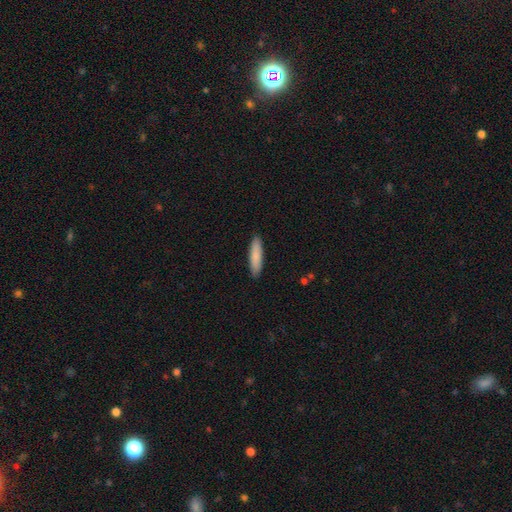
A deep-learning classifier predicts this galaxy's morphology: smooth 84%, featured or disk 11%, star or artifact 6%. Down the decision tree: how rounded — cigar-shaped (76%); merging — none (90%).